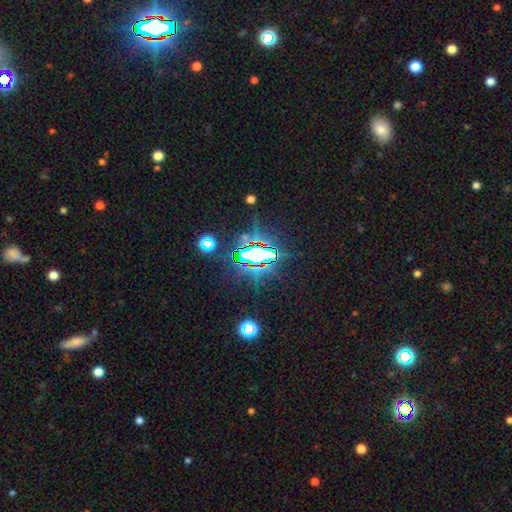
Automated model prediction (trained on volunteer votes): Morphology: type=star or artifact (72%).